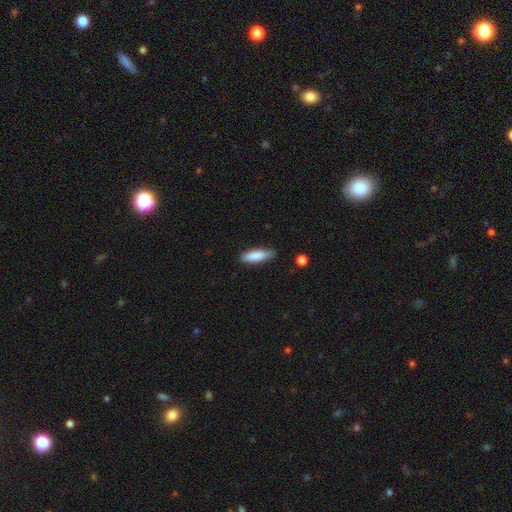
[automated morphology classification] This is clearly a smooth galaxy (85%). How rounded: possibly cigar-shaped (50%). Merging: likely none (76%).